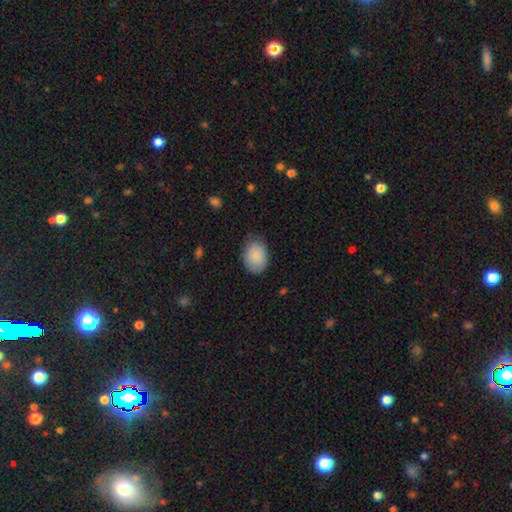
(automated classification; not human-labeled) This appears to be a smooth galaxy with no disk features (89%) that is in between round and cigar-shaped (72%). Merging: none (72%).